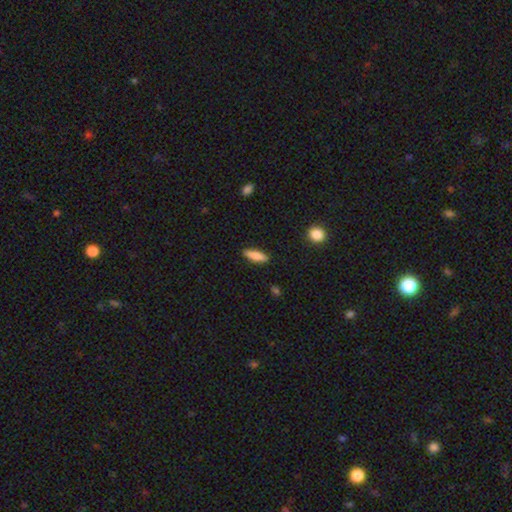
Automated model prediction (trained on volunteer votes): Overall: smooth (81%). How rounded: cigar-shaped (58%; in between 40%). Merging: none (88%).